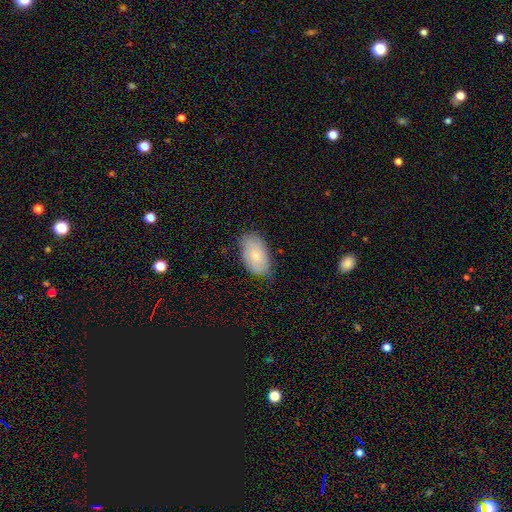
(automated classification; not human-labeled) A smooth galaxy with no disk features (71%) that is in between round and cigar-shaped (94%). Merging: none (72%).